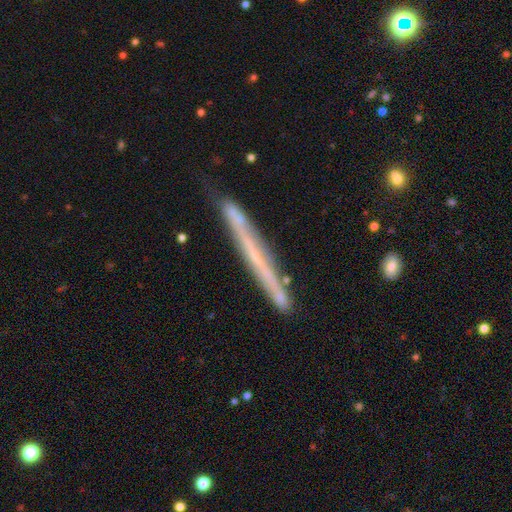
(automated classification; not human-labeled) Smooth or featured? Predicted: featured or disk (p=0.57). Edge-on disk? Predicted: yes (p=0.94). Edge-on bulge? Predicted: none (p=0.89). Merging? Predicted: none (p=0.83).